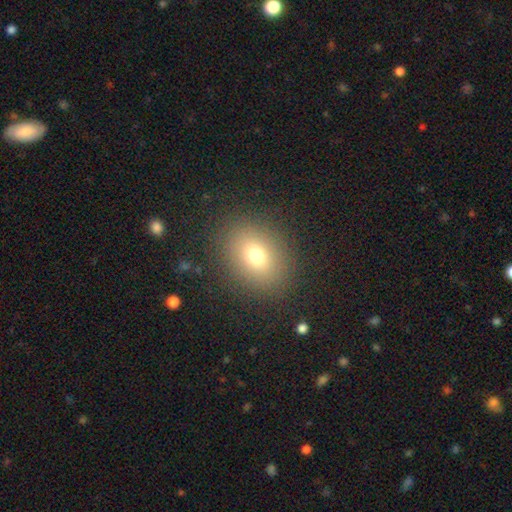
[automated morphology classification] smooth_or_featured: smooth (p=0.74) [alt: star or artifact p=0.14]
how_rounded: in between (p=0.53) [alt: round p=0.46]
merging: none (p=0.87) [alt: minor disturbance p=0.08]